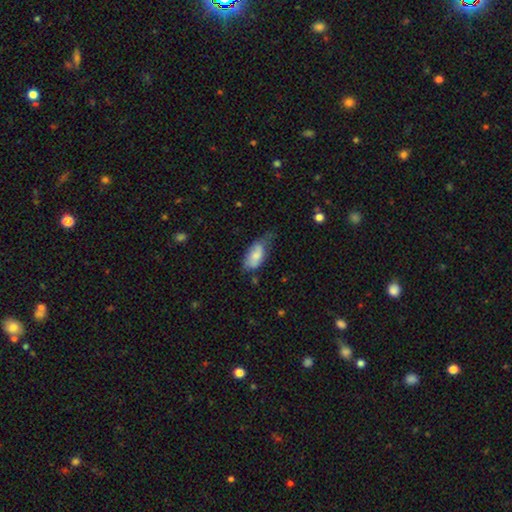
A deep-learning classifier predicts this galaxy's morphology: A smooth galaxy with no disk features (72%) that is in between round and cigar-shaped (92%).

Vote fractions:
- Smooth or featured? smooth: 72% / featured or disk: 22% / star or artifact: 7%
- How rounded? in between: 92% / cigar-shaped: 5% / round: 3%
- Merging? minor disturbance: 42% / none: 39% / major disturbance: 16% / merger: 3%